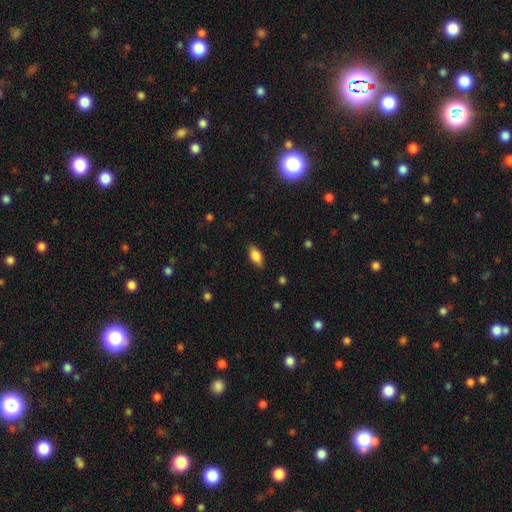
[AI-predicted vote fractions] Q: Smooth or featured?
A: smooth (82%); runner-up: featured or disk (11%)
Q: How rounded?
A: in between (86%); runner-up: cigar-shaped (11%)
Q: Merging?
A: none (85%); runner-up: minor disturbance (11%)